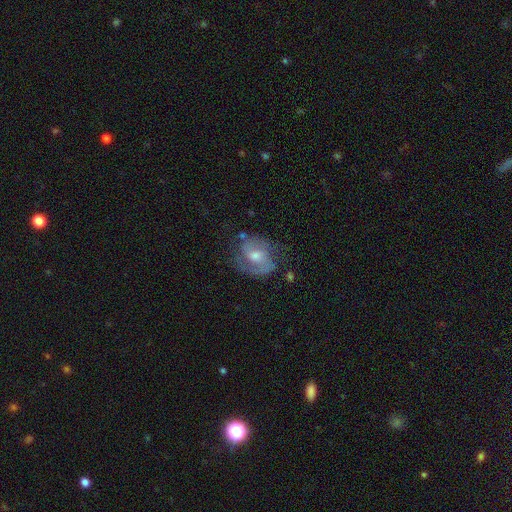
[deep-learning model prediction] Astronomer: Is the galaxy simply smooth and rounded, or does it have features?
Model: featured or disk — 80%.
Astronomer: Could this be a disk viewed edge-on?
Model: no — 97%.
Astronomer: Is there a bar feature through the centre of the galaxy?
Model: weak — 46% (runner-up: no, 43%).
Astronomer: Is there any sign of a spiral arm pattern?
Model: yes — 93%.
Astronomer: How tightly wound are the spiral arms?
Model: medium — 52% (runner-up: tight, 32%).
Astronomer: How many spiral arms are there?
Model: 2 — 84%.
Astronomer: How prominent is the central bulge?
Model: moderate — 62%.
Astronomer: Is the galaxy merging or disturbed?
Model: none — 66%.